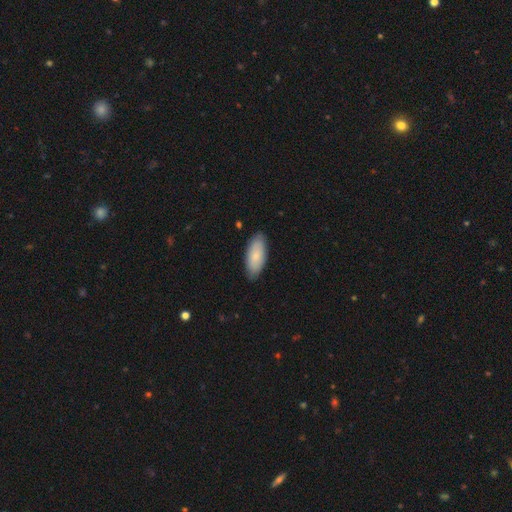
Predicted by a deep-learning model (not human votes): This is clearly a smooth galaxy (81%). How rounded: clearly in between (85%). Merging: clearly none (85%).